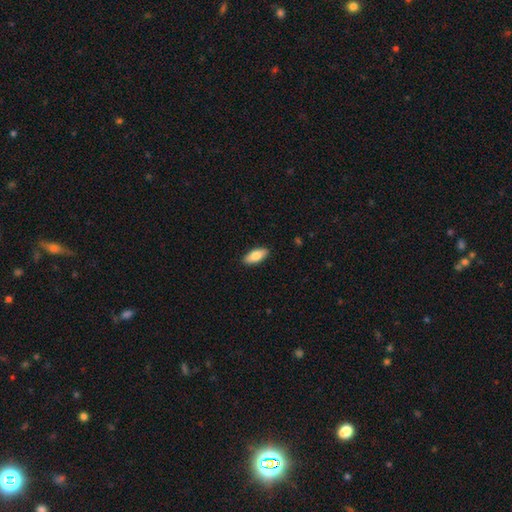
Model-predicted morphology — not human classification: Q: Smooth or featured?
A: smooth (81%); runner-up: featured or disk (13%)
Q: How rounded?
A: in between (85%); runner-up: cigar-shaped (13%)
Q: Merging?
A: none (89%); runner-up: minor disturbance (8%)